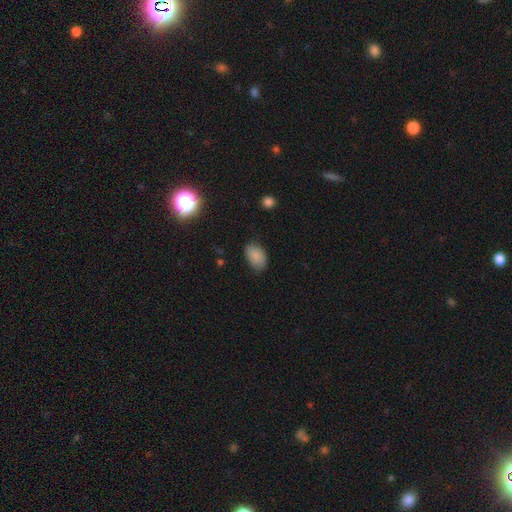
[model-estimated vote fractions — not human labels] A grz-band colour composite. It shows a smooth galaxy with no disk features (86%) that is in between round and cigar-shaped (90%). Merging: none (79%).